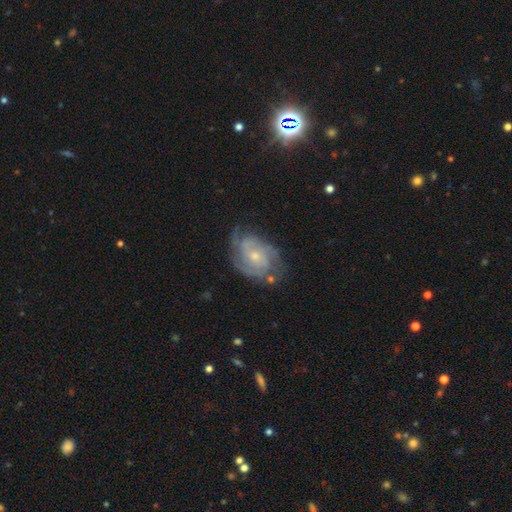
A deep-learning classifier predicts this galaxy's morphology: A featured or disk galaxy (80%) with no bar (68%), tight (58%) spiral arms (94%) and a small central bulge (64%). Merging: none (70%).